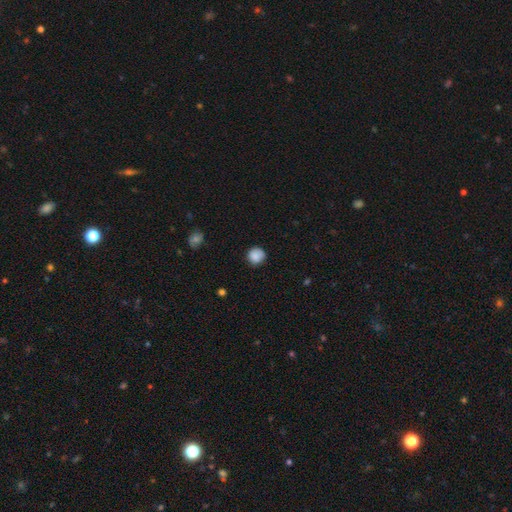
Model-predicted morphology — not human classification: Smooth or featured? smooth (87%)
How rounded? round (91%)
Merging? none (80%)